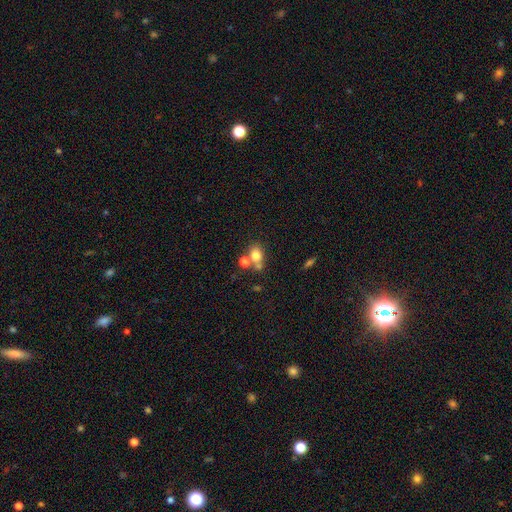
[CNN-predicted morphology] Smooth or featured? smooth (75%)
How rounded? in between (50%)
Merging? none (49%)